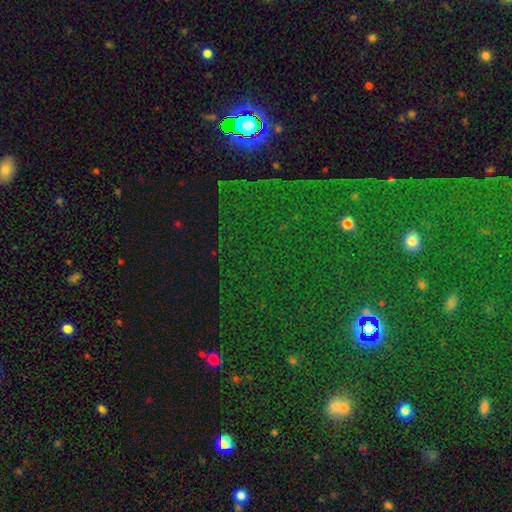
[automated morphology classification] Q: Smooth or featured?
A: star or artifact (79%); runner-up: smooth (12%)